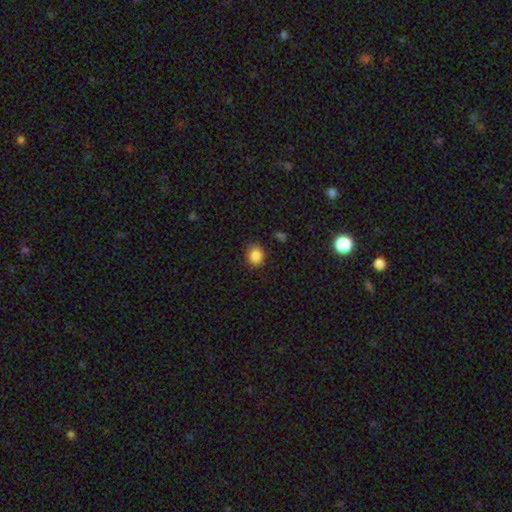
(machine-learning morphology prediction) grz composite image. It shows a smooth galaxy with no disk features (86%) that is round (71%). Merging: none (80%).